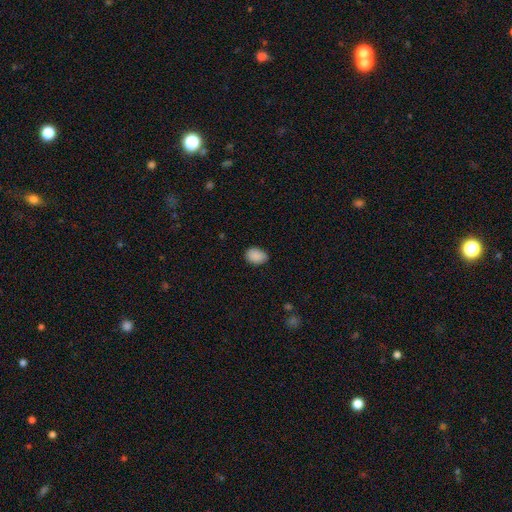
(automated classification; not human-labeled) Smooth or featured? Predicted: smooth (p=0.89). How rounded? Predicted: in between (p=0.71). Merging? Predicted: none (p=0.80).